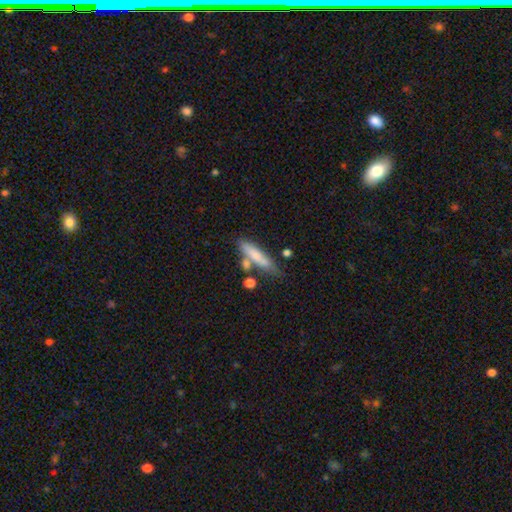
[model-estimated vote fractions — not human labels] Smooth or featured: smooth — 71% (featured or disk — 22%)
How rounded: cigar-shaped — 78% (in between — 20%)
Merging: none — 57% (minor disturbance — 19%)